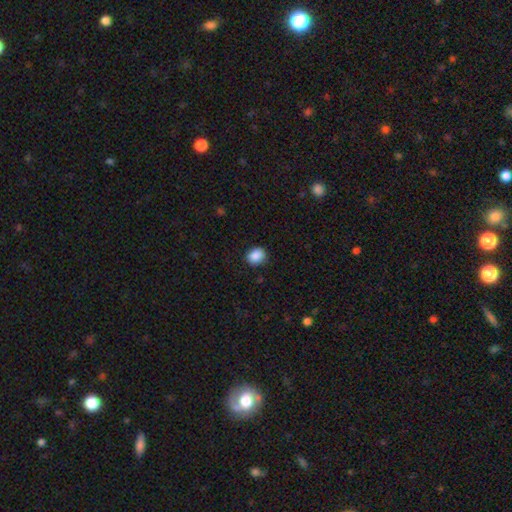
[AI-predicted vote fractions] The model was most divided on "how rounded": round: 61%, in between: 38%, cigar-shaped: 1%. More confident: smooth or featured — smooth (88%); merging — none (85%).